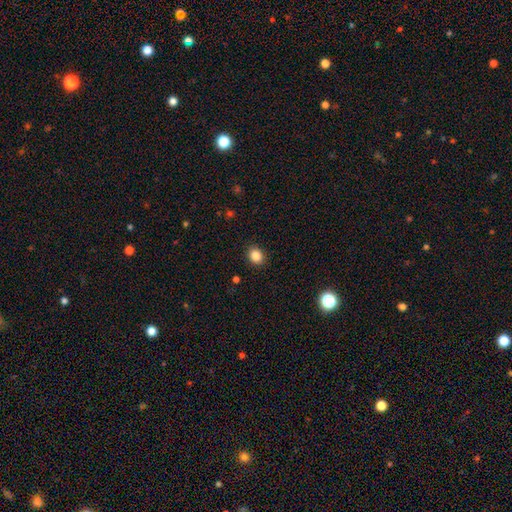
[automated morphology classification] Q: Smooth or featured?
A: smooth (86%); runner-up: star or artifact (11%)
Q: How rounded?
A: round (59%); runner-up: in between (40%)
Q: Merging?
A: none (91%); runner-up: minor disturbance (6%)